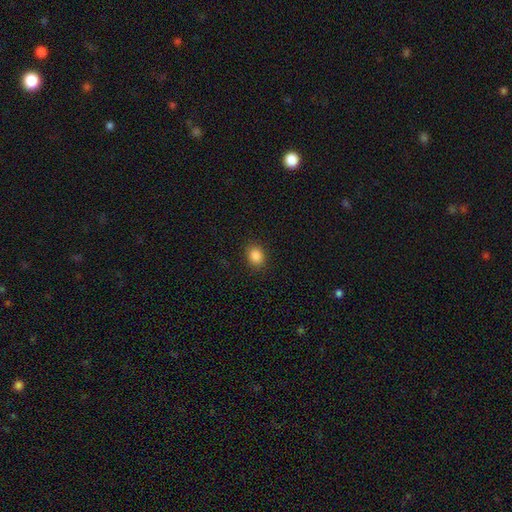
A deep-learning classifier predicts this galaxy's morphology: smooth-or-featured: smooth: 87% | star or artifact: 10% | featured or disk: 3%
  how-rounded: in between: 52% | round: 47% | cigar-shaped: 1%
  merging: none: 89% | minor disturbance: 8% | major disturbance: 2% | merger: 1%